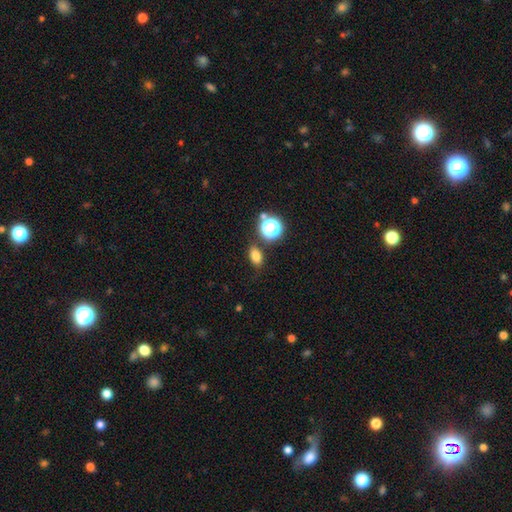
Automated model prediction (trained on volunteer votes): Smooth or featured? smooth (77%)
How rounded? in between (75%)
Merging? none (78%)